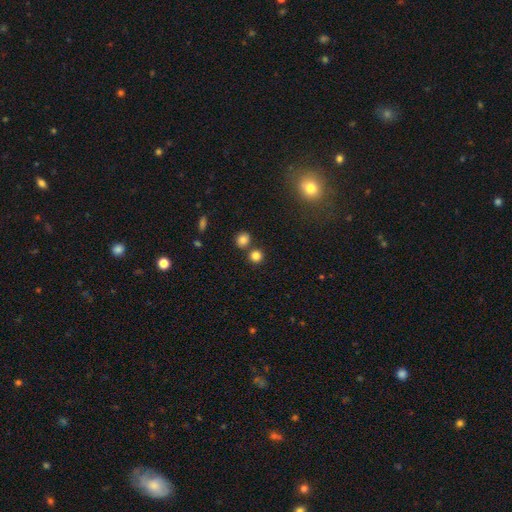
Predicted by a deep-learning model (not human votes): The model was most divided on "merging": none: 73%, merger: 17%, minor disturbance: 7%, major disturbance: 3%. More confident: how rounded — round (89%); smooth or featured — smooth (82%).